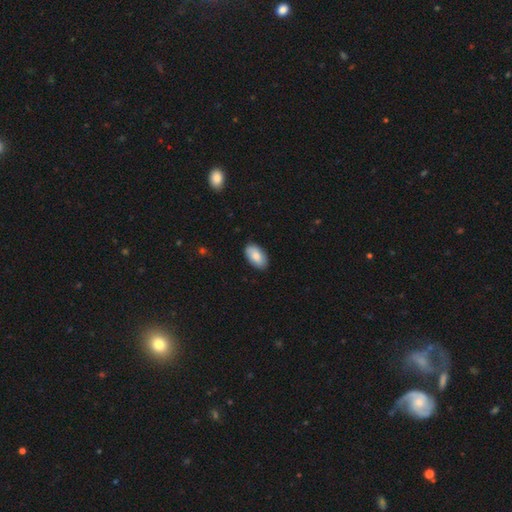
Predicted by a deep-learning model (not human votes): This appears to be a smooth galaxy with no disk features (84%) that is in between round and cigar-shaped (95%). Merging: none (87%).